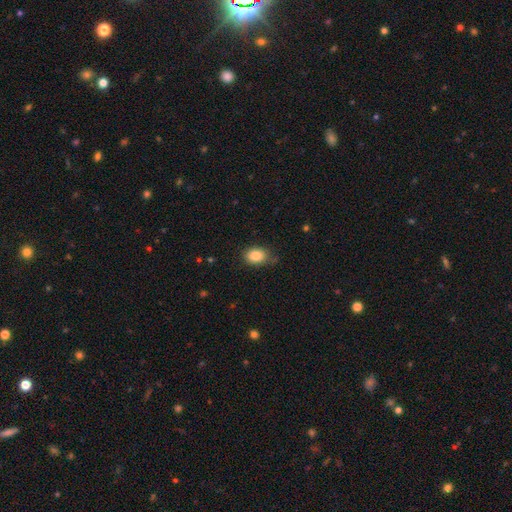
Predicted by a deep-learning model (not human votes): Smooth or featured: smooth — 85% (star or artifact — 9%)
How rounded: in between — 73% (round — 25%)
Merging: none — 74% (minor disturbance — 20%)